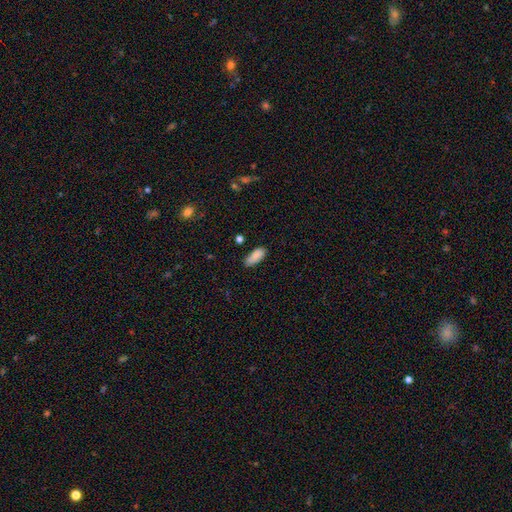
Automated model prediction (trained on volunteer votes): The model was most divided on "merging": none: 74%, minor disturbance: 20%, major disturbance: 3%, merger: 3%. More confident: smooth or featured — smooth (86%); how rounded — in between (83%).